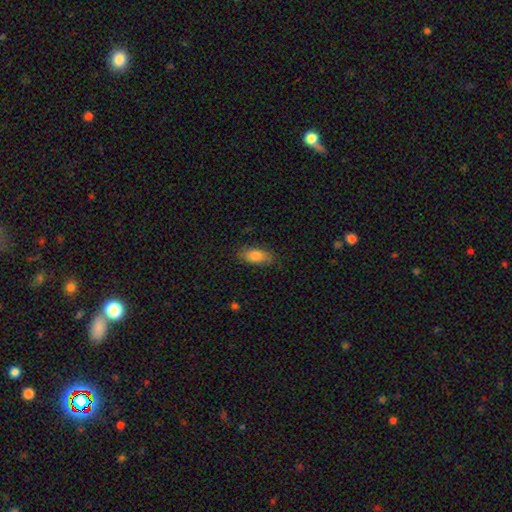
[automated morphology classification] smooth 82%, featured or disk 11%, star or artifact 7%. Down the decision tree: how rounded — in between (86%); merging — none (81%).